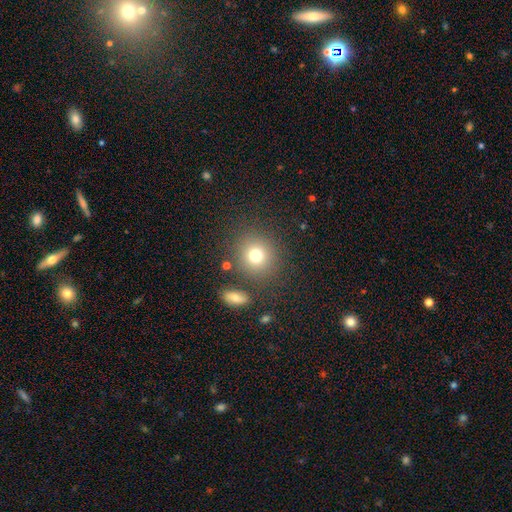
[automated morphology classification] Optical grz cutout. It shows a smooth galaxy with no disk features (76%) that is round (88%). Merging: none (83%).